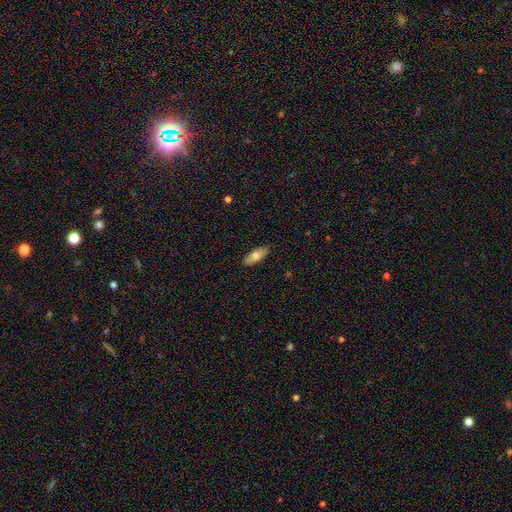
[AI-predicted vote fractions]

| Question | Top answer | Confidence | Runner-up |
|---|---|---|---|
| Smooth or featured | smooth | 71% | featured or disk (23%) |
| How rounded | in between | 77% | cigar-shaped (21%) |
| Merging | none | 88% | minor disturbance (9%) |